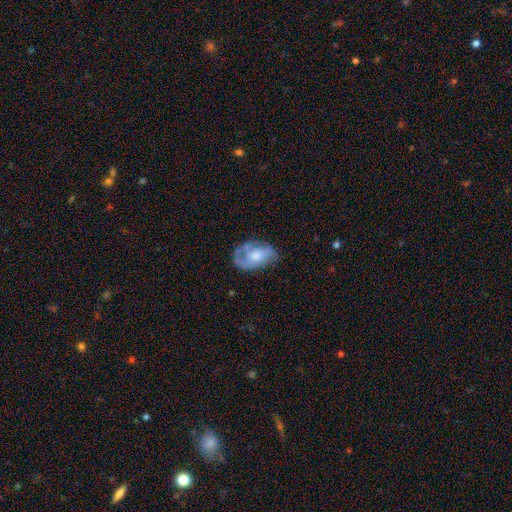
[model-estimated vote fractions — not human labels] Smooth or featured: featured or disk — 59% (smooth — 34%)
Edge-on disk: no — 96% (yes — 4%)
Bar: no — 73% (weak — 23%)
Spiral arms: yes — 68% (no — 32%)
Bulge size: moderate — 52% (small — 25%)
Merging: none — 52% (minor disturbance — 27%)